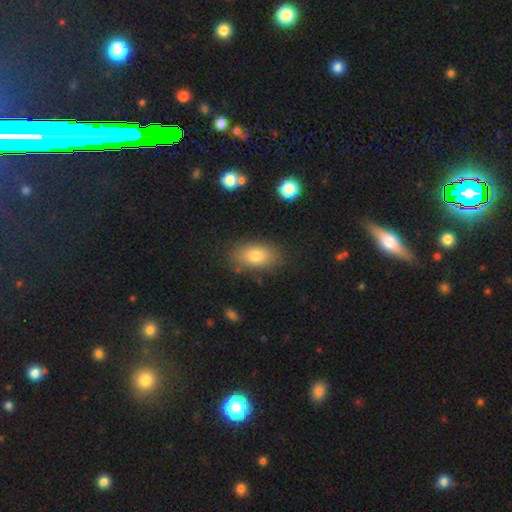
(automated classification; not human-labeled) smooth 80%, featured or disk 12%, star or artifact 8%. Down the decision tree: how rounded — in between (91%); merging — none (82%).